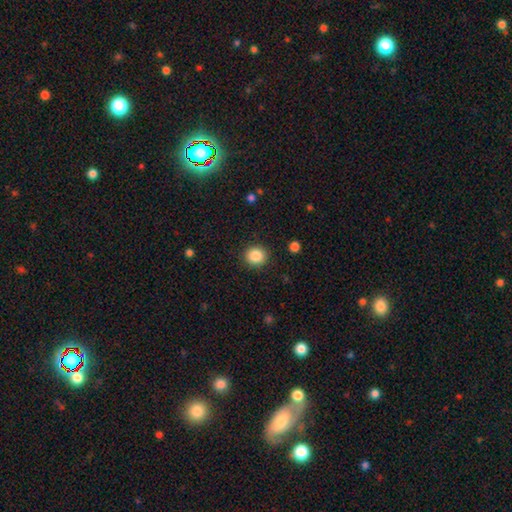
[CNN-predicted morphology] smooth 86%, star or artifact 10%, featured or disk 4%. Down the decision tree: how rounded — round (88%); merging — none (91%).